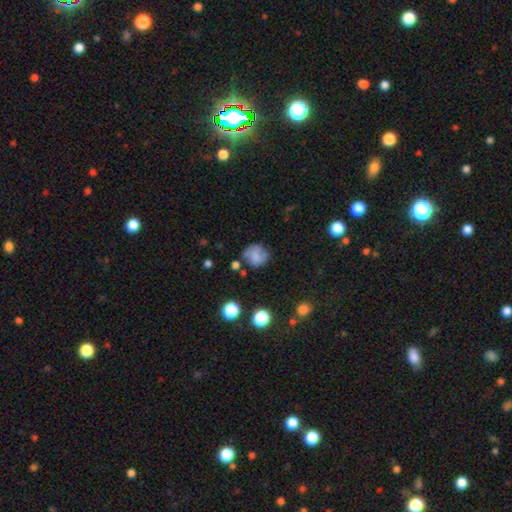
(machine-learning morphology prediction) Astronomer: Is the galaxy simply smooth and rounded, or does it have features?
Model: smooth — 58%.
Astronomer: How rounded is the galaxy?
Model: round — 77%.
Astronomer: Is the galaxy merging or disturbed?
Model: none — 61%.